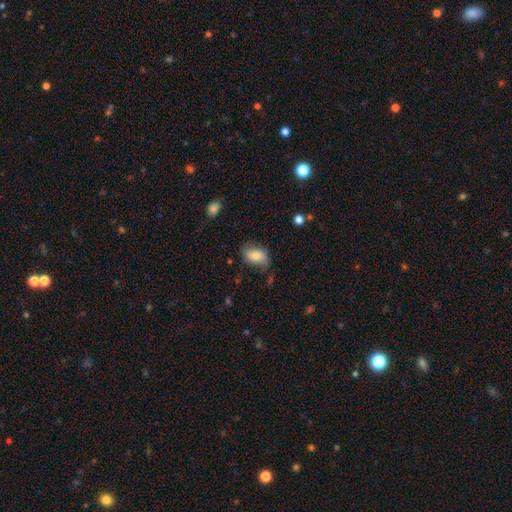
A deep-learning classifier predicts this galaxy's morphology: This is likely a smooth galaxy (68%). How rounded: clearly in between (89%). Merging: likely none (62%).